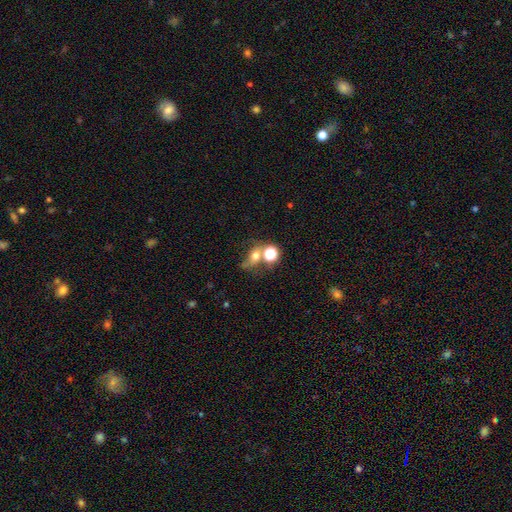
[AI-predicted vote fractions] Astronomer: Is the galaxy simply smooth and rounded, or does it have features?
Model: smooth — 54%.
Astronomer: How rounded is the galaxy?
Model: round — 56% (runner-up: in between, 40%).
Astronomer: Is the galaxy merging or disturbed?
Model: none — 39% (runner-up: merger, 32%).